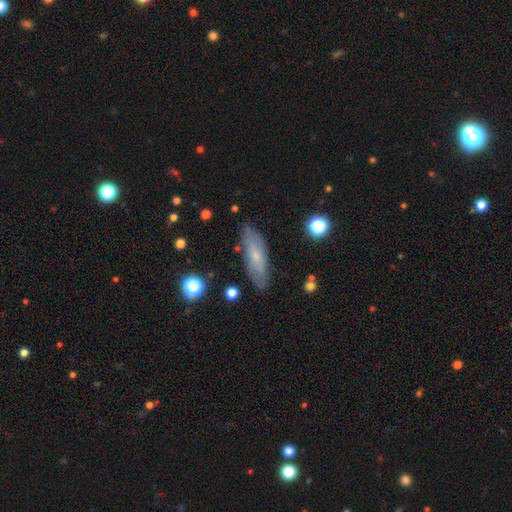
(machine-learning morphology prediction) type=smooth (55%); roundness=cigar-shaped (50%); merging=none (82%).